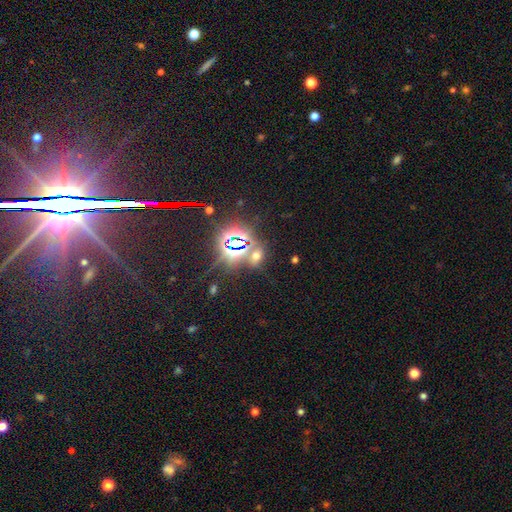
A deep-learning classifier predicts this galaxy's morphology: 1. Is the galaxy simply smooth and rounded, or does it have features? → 81% star or artifact, 10% smooth, 9% featured or disk.